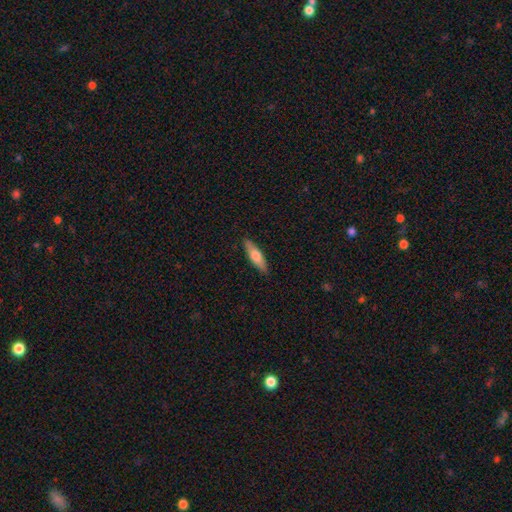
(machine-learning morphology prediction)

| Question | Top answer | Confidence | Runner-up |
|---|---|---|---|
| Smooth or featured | smooth | 60% | featured or disk (34%) |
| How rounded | cigar-shaped | 68% | in between (30%) |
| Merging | none | 89% | minor disturbance (8%) |